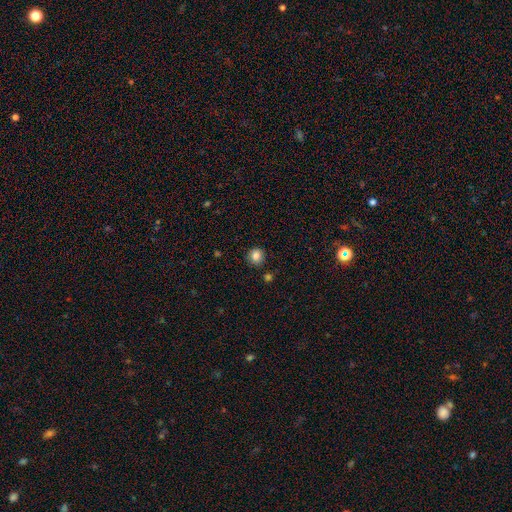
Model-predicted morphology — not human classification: This appears to be a smooth galaxy with no disk features (84%) that is round (91%). Merging: none (87%).